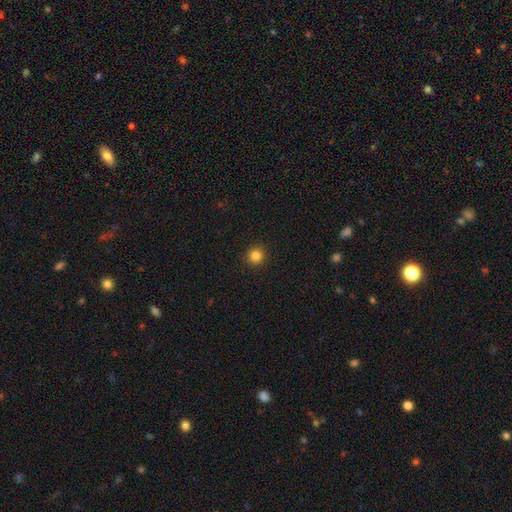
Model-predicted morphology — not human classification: type=smooth (84%); roundness=round (95%); merging=none (93%).